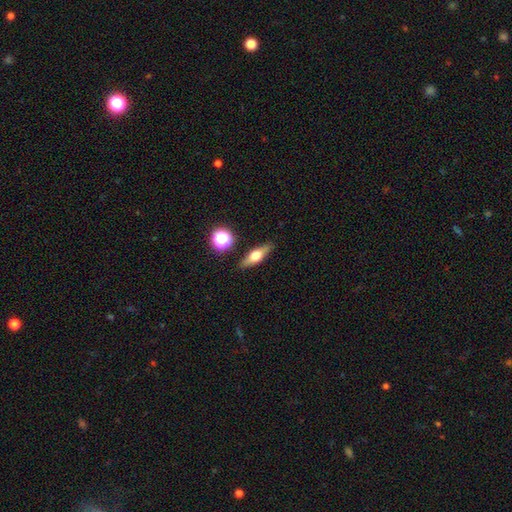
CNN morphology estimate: This appears to be a smooth galaxy with no disk features (47%). Merging: none (86%).